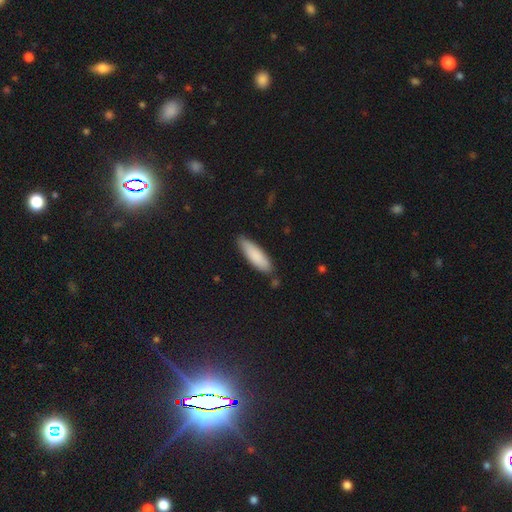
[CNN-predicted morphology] Smooth or featured? Predicted: smooth (p=0.85). How rounded? Predicted: cigar-shaped (p=0.58). Merging? Predicted: none (p=0.80).